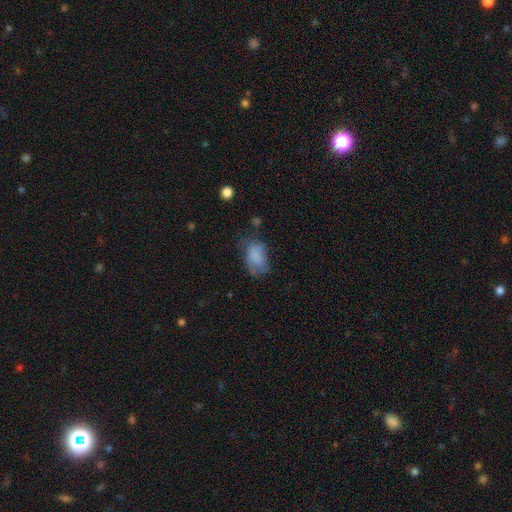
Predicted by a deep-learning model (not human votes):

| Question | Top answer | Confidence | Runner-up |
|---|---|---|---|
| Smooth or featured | smooth | 74% | featured or disk (16%) |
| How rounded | in between | 87% | round (12%) |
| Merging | none | 42% | minor disturbance (33%) |